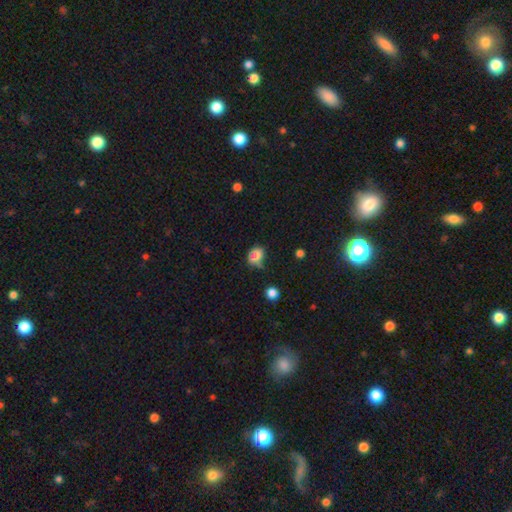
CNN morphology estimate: type=smooth (79%); roundness=in between (61%); merging=none (45%).